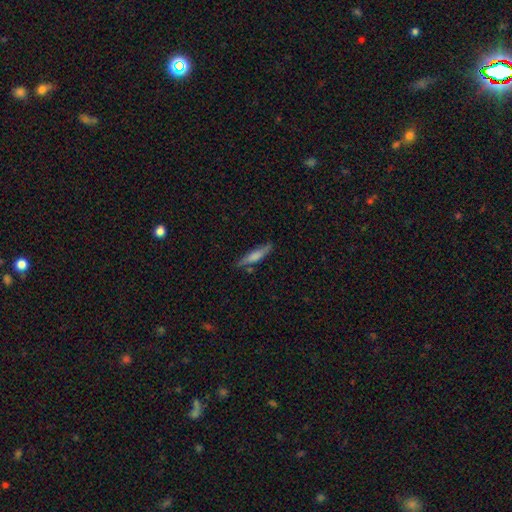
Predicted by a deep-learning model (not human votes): smooth_or_featured: smooth (p=0.60) [alt: featured or disk p=0.34]
how_rounded: cigar-shaped (p=0.86) [alt: in between p=0.12]
merging: none (p=0.78) [alt: minor disturbance p=0.15]